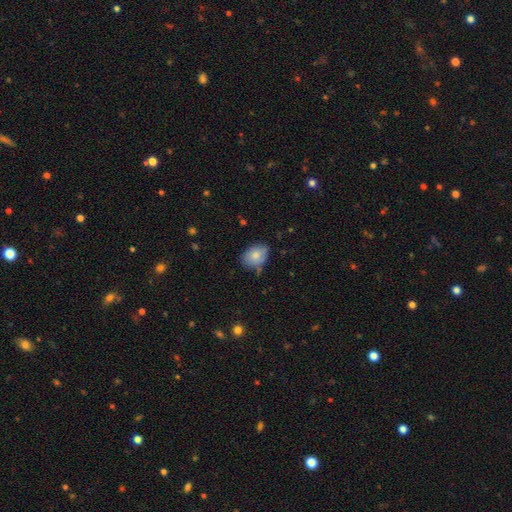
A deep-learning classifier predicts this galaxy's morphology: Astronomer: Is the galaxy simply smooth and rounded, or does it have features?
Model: smooth — 78%.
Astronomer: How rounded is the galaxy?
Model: in between — 73%.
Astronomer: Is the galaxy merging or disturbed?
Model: none — 62%.